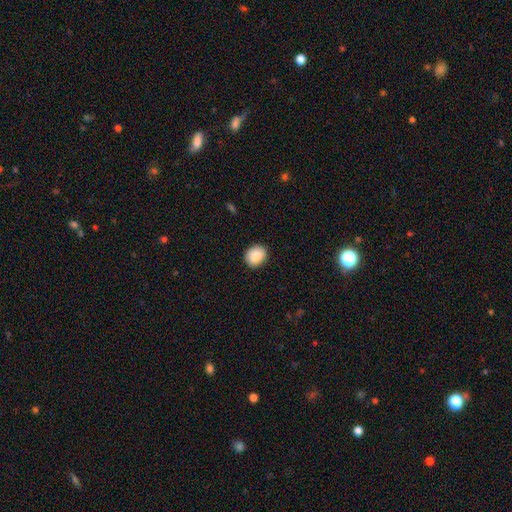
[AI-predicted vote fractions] This is clearly a smooth galaxy (89%). How rounded: possibly round (54%). Merging: clearly none (89%).